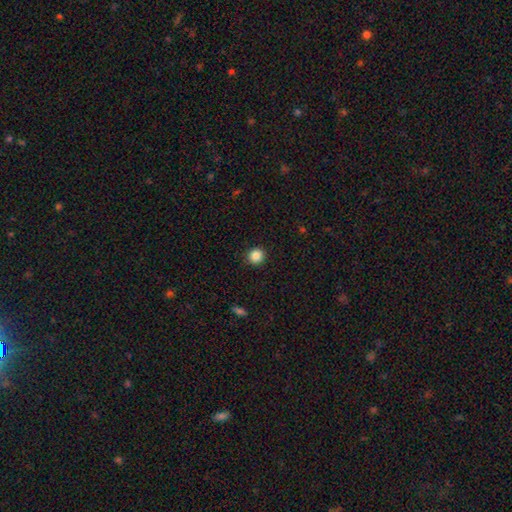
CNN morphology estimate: Smooth or featured: smooth — 86% (star or artifact — 10%)
How rounded: round — 91% (in between — 8%)
Merging: none — 92% (minor disturbance — 6%)